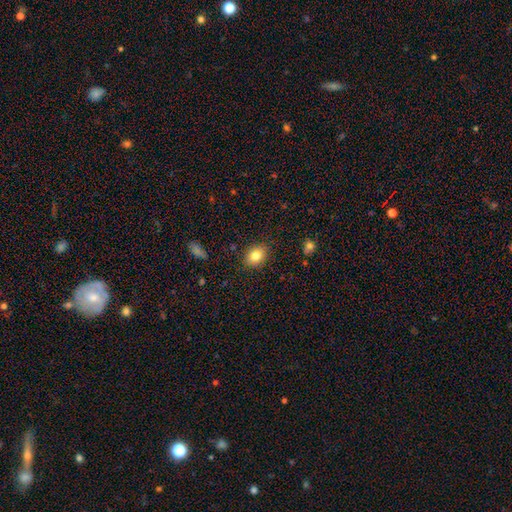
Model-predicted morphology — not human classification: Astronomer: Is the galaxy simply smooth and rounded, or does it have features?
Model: smooth — 81%.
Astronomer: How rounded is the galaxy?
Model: in between — 66%.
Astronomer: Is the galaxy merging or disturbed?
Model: none — 87%.